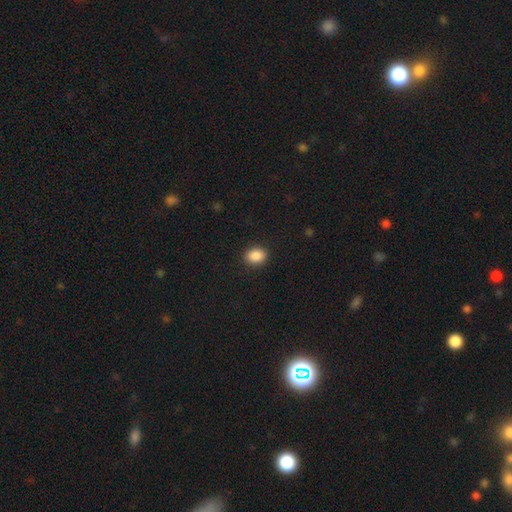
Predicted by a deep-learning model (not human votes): smooth 89%, star or artifact 9%, featured or disk 3%. Down the decision tree: how rounded — in between (59%); merging — none (90%).